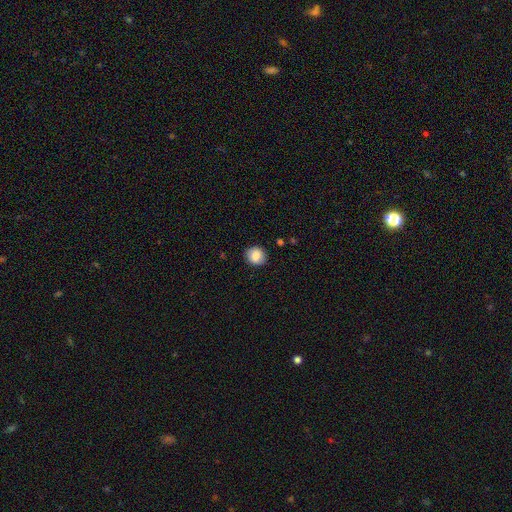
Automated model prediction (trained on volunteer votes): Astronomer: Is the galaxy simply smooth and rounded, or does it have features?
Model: smooth — 85%.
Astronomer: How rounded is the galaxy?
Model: round — 80%.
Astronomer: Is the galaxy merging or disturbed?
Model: none — 87%.